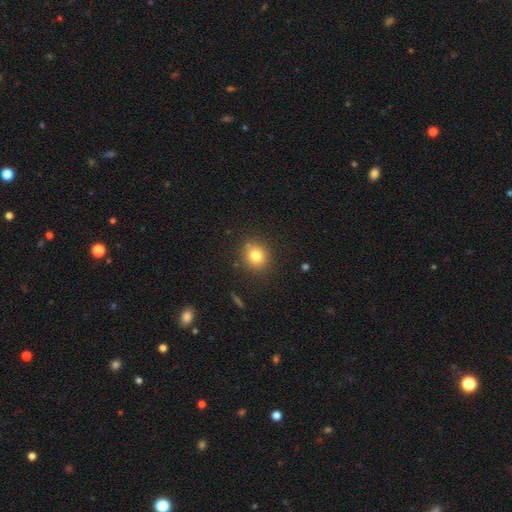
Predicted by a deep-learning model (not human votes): Overall: smooth (79%). How rounded: round (80%). Merging: none (84%).